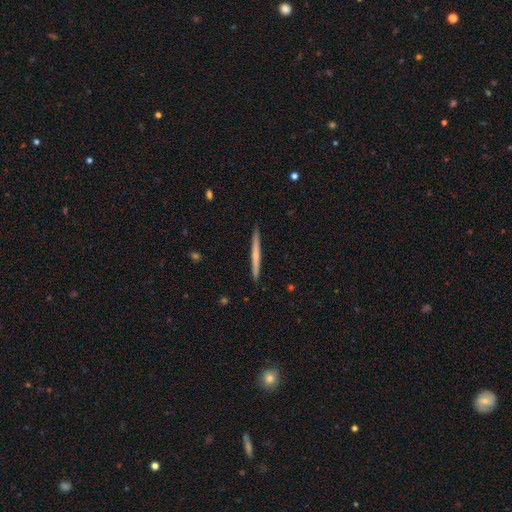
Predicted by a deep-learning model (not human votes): This appears to be a smooth galaxy with no disk features (47%, tied with featured or disk). Merging: none (92%).